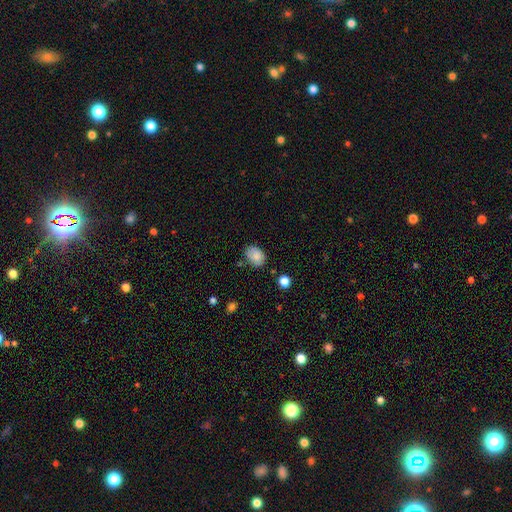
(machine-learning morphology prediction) type=smooth (81%); roundness=in between (74%); merging=none (69%).